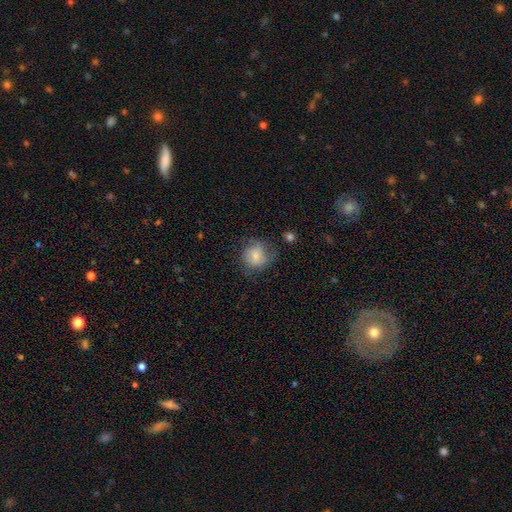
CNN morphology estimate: Smooth or featured?
  - smooth: 69% *
  - featured or disk: 23%
  - star or artifact: 8%
How rounded?
  - round: 81% *
  - in between: 18%
  - cigar-shaped: 1%
Merging?
  - none: 58% *
  - minor disturbance: 26%
  - major disturbance: 13%
  - merger: 2%